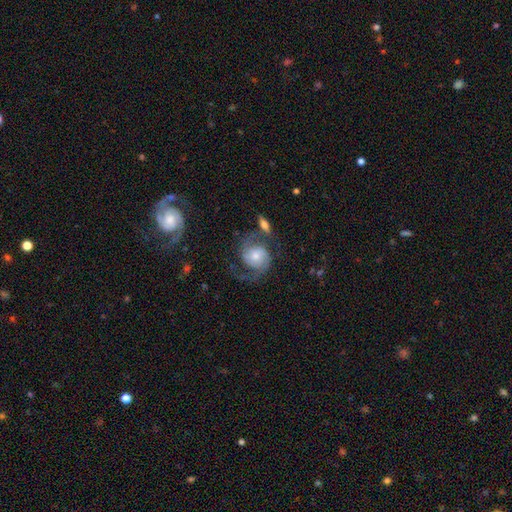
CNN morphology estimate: featured or disk 77%, smooth 16%, star or artifact 7%. Down the decision tree: edge-on disk — no (98%); bar — no (67%); spiral arms — yes (95%); spiral arm count — 2 (87%); spiral winding — medium (47%); bulge size — moderate (49%); merging — none (54%).